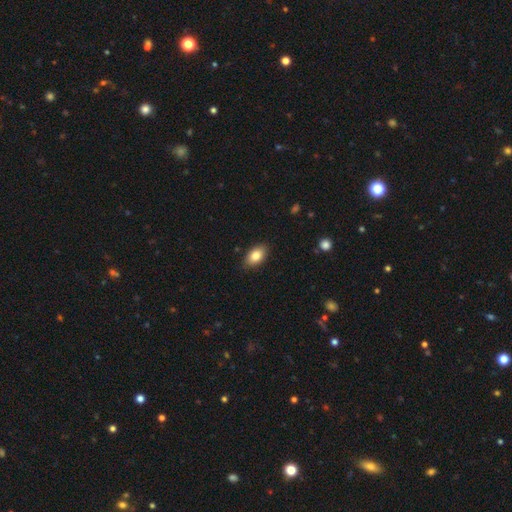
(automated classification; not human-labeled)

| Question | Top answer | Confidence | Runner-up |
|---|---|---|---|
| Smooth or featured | smooth | 83% | featured or disk (10%) |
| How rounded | in between | 91% | round (7%) |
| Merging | none | 87% | minor disturbance (10%) |